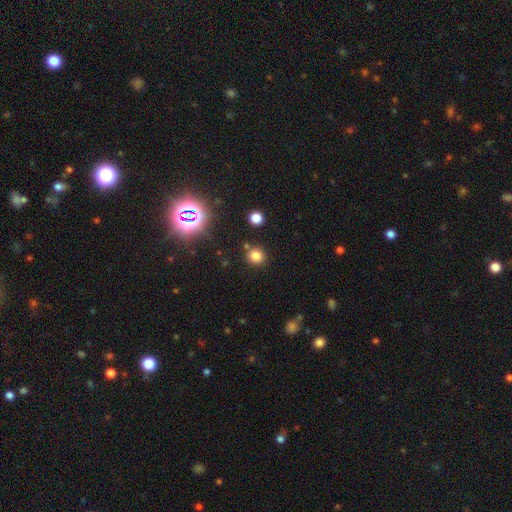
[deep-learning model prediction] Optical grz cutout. It shows a smooth galaxy with no disk features (77%) that is round (88%). Merging: none (82%).